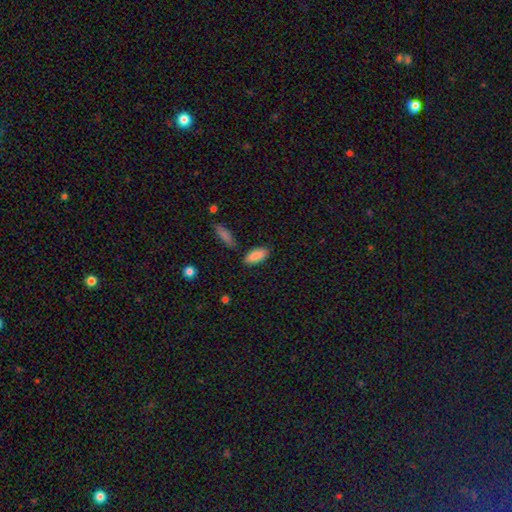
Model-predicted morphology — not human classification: Smooth or featured: smooth — 88% (star or artifact — 6%)
How rounded: in between — 85% (cigar-shaped — 13%)
Merging: none — 82% (minor disturbance — 11%)